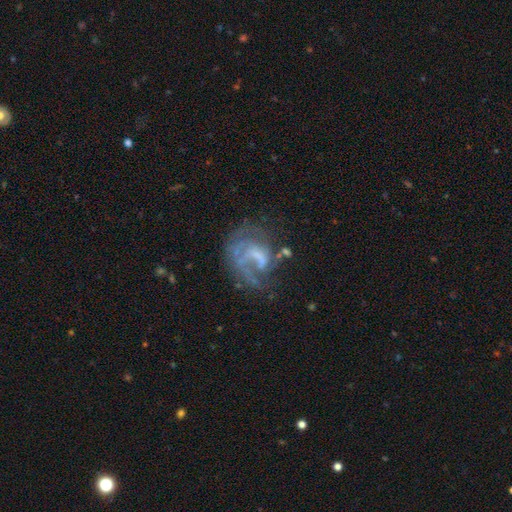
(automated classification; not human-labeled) Smooth or featured? Predicted: featured or disk (p=0.73). Edge-on disk? Predicted: no (p=0.98). Bar? Predicted: no (p=0.50). Spiral arms? Predicted: yes (p=0.73). Spiral winding? Predicted: loose (p=0.38). Spiral arm count? Predicted: 1 (p=0.65). Bulge size? Predicted: none (p=0.51). Merging? Predicted: none (p=0.40).